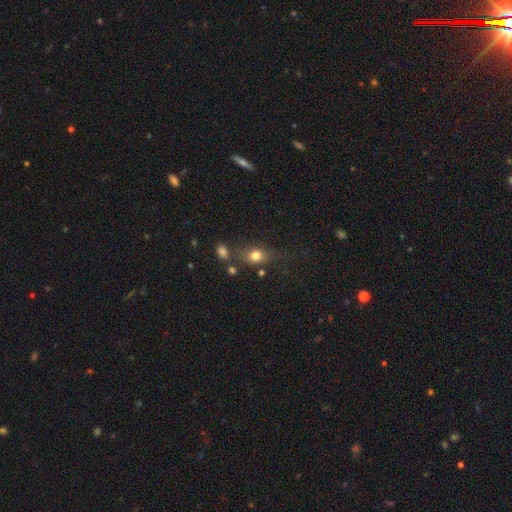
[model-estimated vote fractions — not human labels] smooth_or_featured: smooth (p=0.76) [alt: star or artifact p=0.12]
how_rounded: in between (p=0.56) [alt: round p=0.41]
merging: none (p=0.63) [alt: minor disturbance p=0.18]